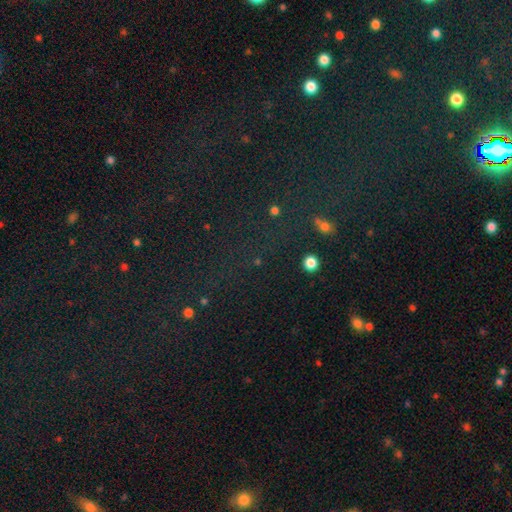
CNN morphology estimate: Smooth or featured? Predicted: star or artifact (p=0.72).